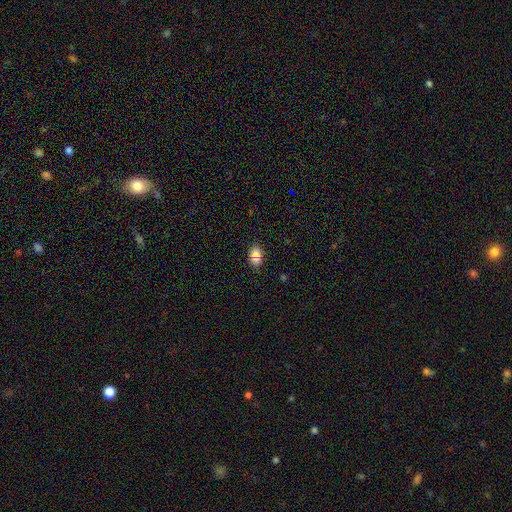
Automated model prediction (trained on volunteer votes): Smooth or featured: smooth — 83% (star or artifact — 10%)
How rounded: in between — 86% (round — 11%)
Merging: none — 69% (minor disturbance — 18%)